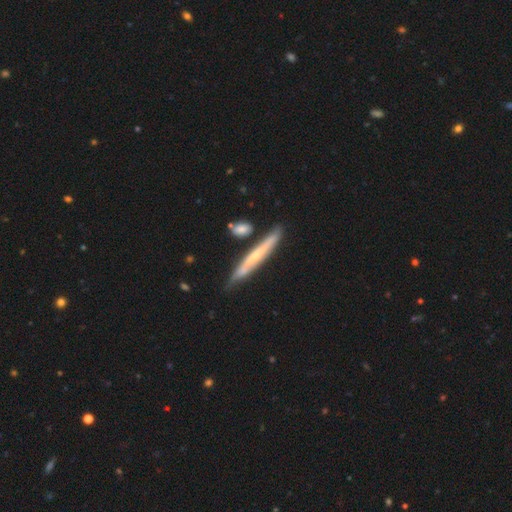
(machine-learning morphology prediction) type=featured or disk (54%); edge-on=yes (88%); merging=none (74%).